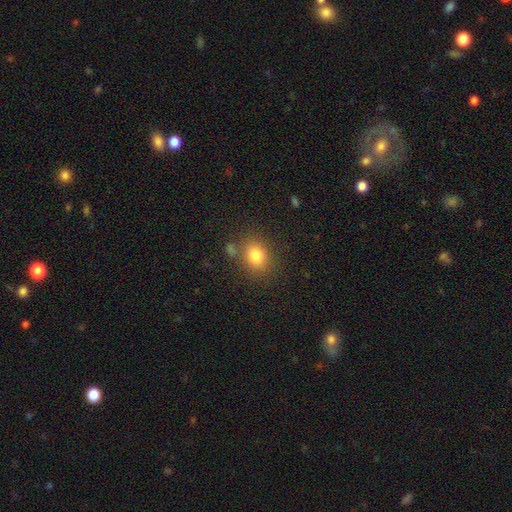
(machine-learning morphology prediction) smooth-or-featured: smooth: 81% | star or artifact: 11% | featured or disk: 8%
  how-rounded: round: 53% | in between: 46% | cigar-shaped: 1%
  merging: none: 75% | minor disturbance: 12% | merger: 8% | major disturbance: 5%